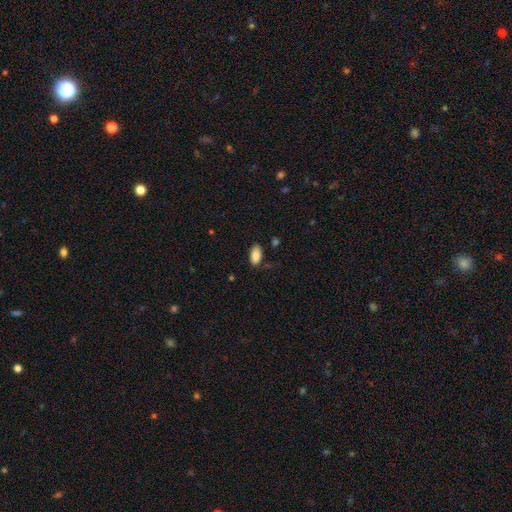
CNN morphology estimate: smooth-or-featured: smooth: 88% | star or artifact: 7% | featured or disk: 5%
  how-rounded: in between: 93% | cigar-shaped: 4% | round: 2%
  merging: none: 80% | minor disturbance: 14% | major disturbance: 3% | merger: 2%